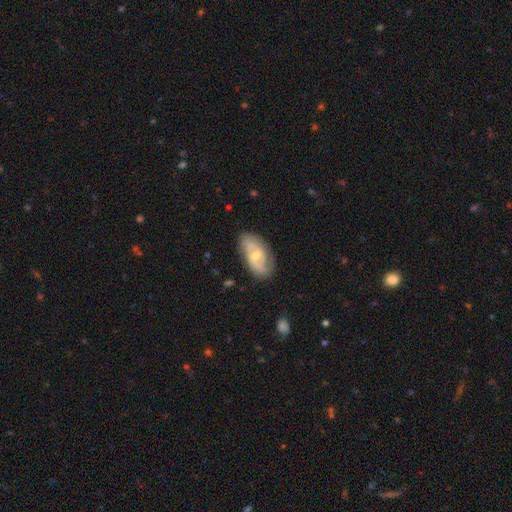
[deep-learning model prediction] Morphology: type=featured or disk (72%); edge-on=no (94%); bar=weak (48%); spiral arms=yes (88%); winding=medium (45%); arm count=2 (70%); bulge=moderate (49%); merging=none (74%).